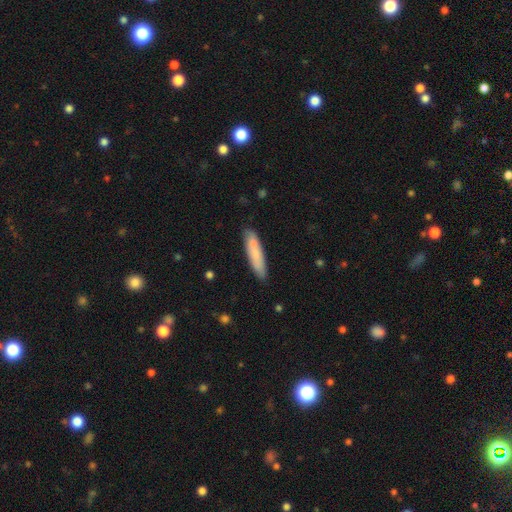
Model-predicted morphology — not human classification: smooth_or_featured: smooth (p=0.76) [alt: featured or disk p=0.19]
how_rounded: cigar-shaped (p=0.78) [alt: in between p=0.21]
merging: none (p=0.77) [alt: minor disturbance p=0.14]